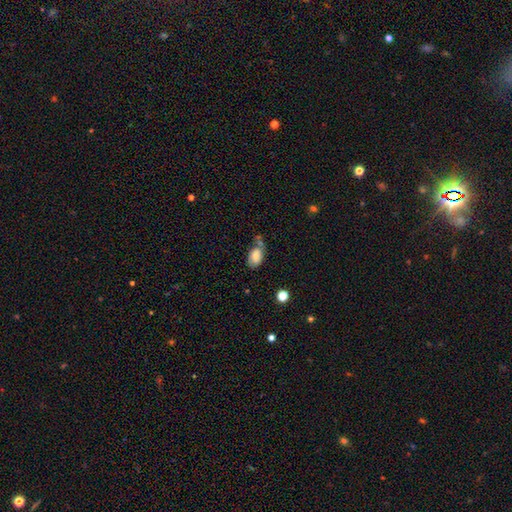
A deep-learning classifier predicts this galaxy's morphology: Overall: smooth (74%). How rounded: in between (90%). Merging: none (42%; minor disturbance 27%).